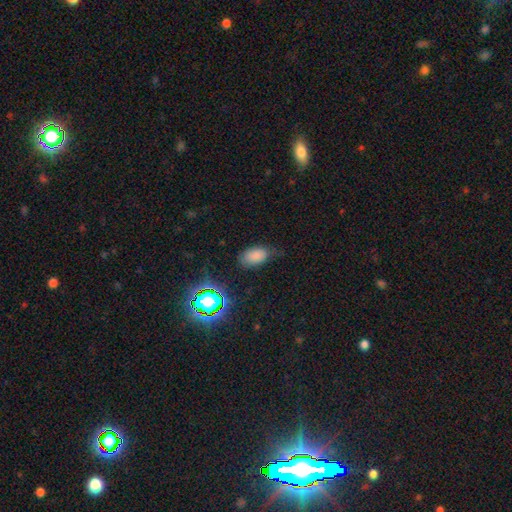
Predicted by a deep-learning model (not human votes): smooth-or-featured: smooth: 77% | star or artifact: 15% | featured or disk: 7%
  how-rounded: in between: 92% | round: 6% | cigar-shaped: 2%
  merging: none: 66% | minor disturbance: 25% | major disturbance: 7% | merger: 2%